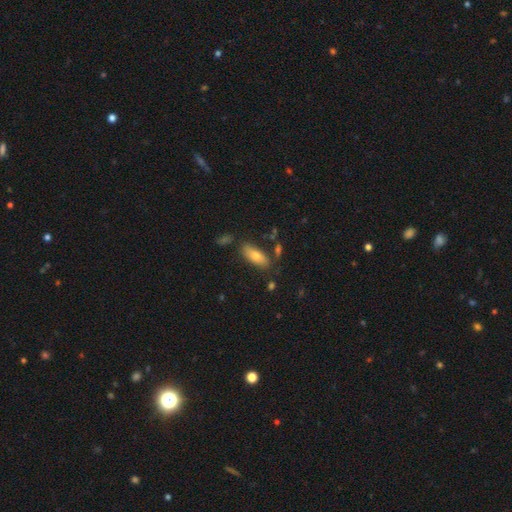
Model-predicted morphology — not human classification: smooth-or-featured: smooth: 72% | featured or disk: 20% | star or artifact: 8%
  how-rounded: in between: 75% | cigar-shaped: 23% | round: 2%
  merging: none: 77% | minor disturbance: 14% | merger: 5% | major disturbance: 3%